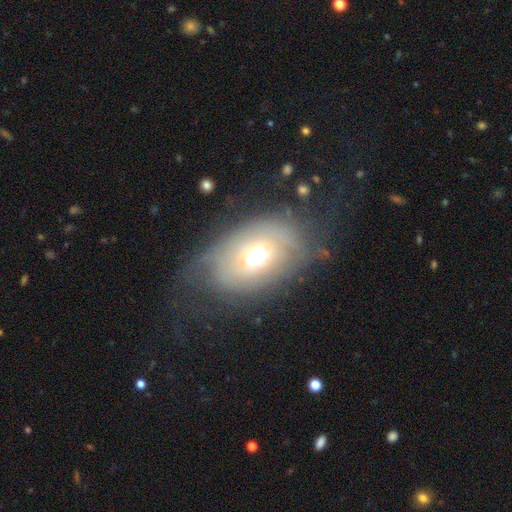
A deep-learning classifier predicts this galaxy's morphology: The model was most divided on "smooth or featured": smooth: 45%, featured or disk: 44%, star or artifact: 10%. More confident: merging — none (52%).